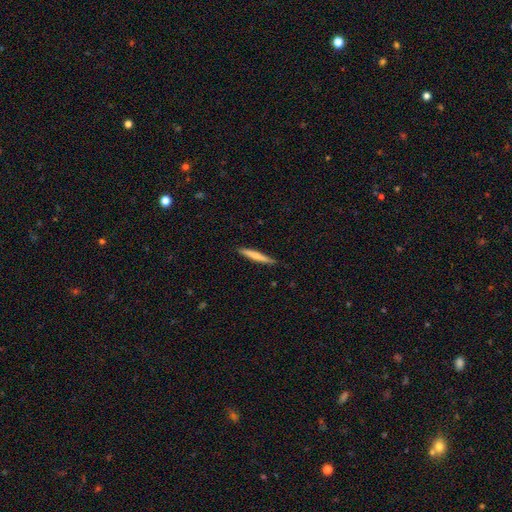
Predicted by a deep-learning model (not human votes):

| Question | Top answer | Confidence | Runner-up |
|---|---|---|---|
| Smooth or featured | smooth | 65% | featured or disk (29%) |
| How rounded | cigar-shaped | 95% | in between (4%) |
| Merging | none | 87% | minor disturbance (10%) |